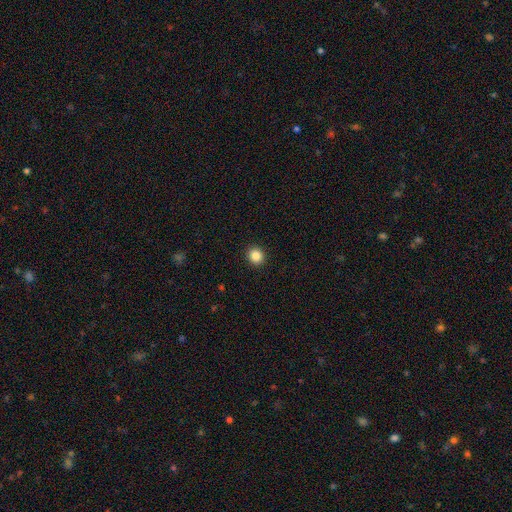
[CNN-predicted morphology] Overall: smooth (86%). How rounded: round (84%). Merging: none (93%).